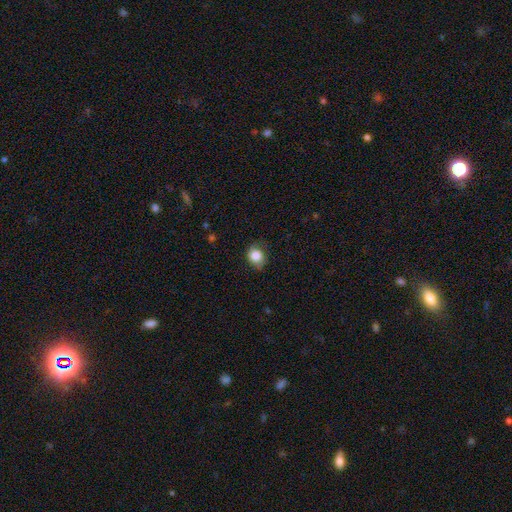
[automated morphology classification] Smooth or featured? smooth (84%)
How rounded? round (64%)
Merging? none (68%)